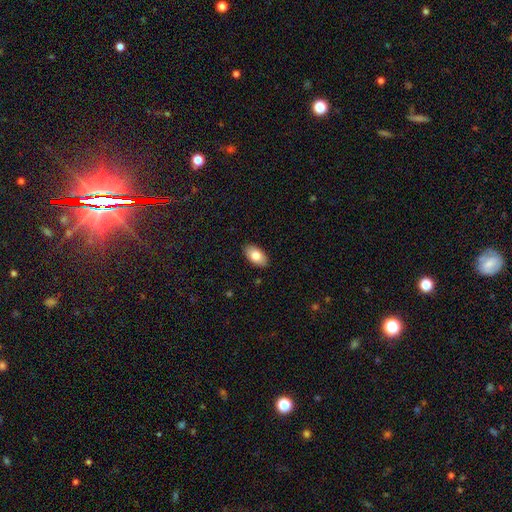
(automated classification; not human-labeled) Smooth or featured: smooth — 80% (featured or disk — 13%)
How rounded: in between — 95% (round — 3%)
Merging: none — 89% (minor disturbance — 8%)